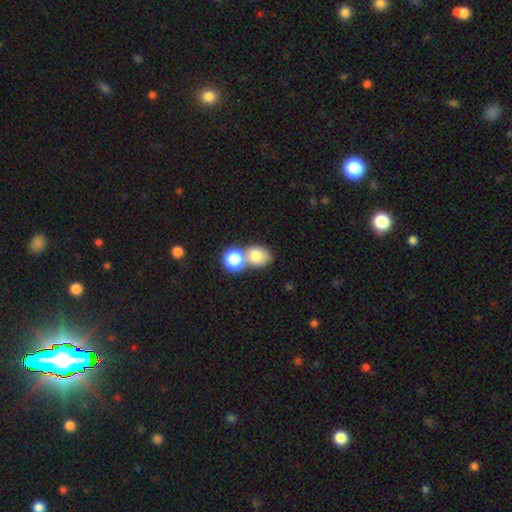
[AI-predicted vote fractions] smooth_or_featured: smooth (p=0.76) [alt: star or artifact p=0.12]
how_rounded: round (p=0.52) [alt: in between p=0.46]
merging: merger (p=0.44) [alt: none p=0.42]